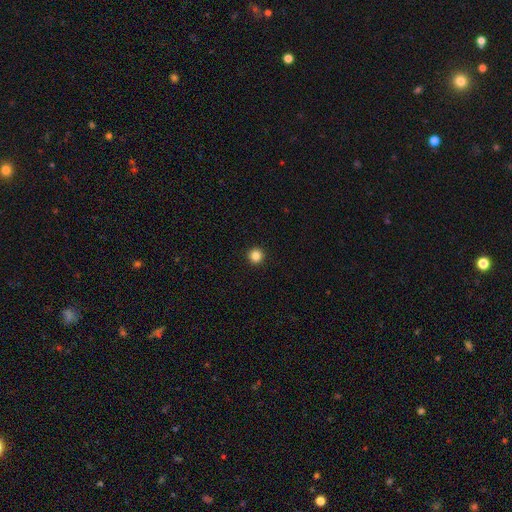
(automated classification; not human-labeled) A smooth galaxy with no disk features (85%) that is round (96%).

Vote fractions:
- Smooth or featured? smooth: 85% / star or artifact: 12% / featured or disk: 4%
- How rounded? round: 96% / in between: 3% / cigar-shaped: 1%
- Merging? none: 94% / minor disturbance: 3% / major disturbance: 1% / merger: 1%